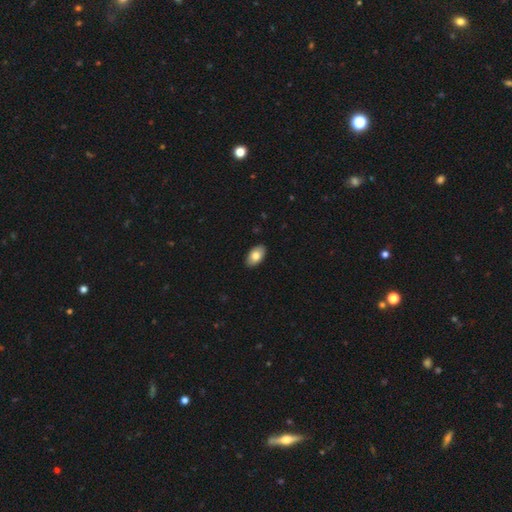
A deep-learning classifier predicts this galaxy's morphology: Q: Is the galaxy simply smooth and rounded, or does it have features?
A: smooth — 83%.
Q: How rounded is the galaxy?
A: in between — 94%.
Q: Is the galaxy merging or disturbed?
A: none — 89%.